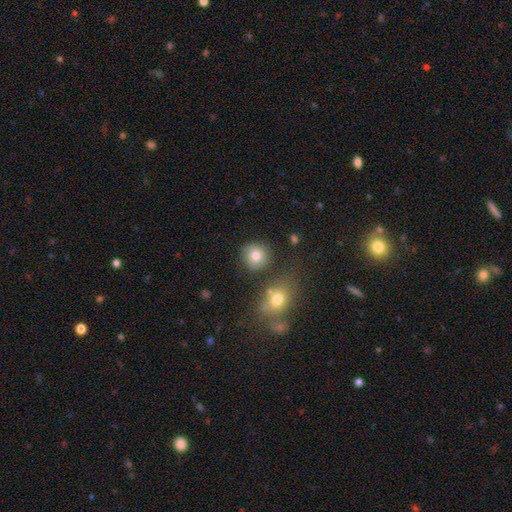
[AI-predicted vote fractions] Overall: smooth (80%). How rounded: round (89%). Merging: none (81%).